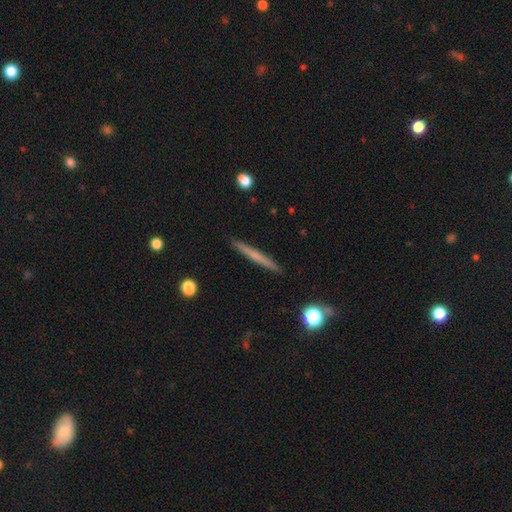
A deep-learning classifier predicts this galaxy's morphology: type=smooth (50%); roundness=cigar-shaped (96%); merging=none (92%).